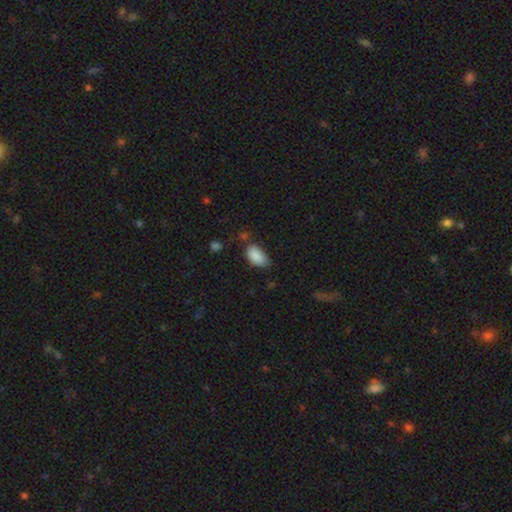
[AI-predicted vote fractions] Overall: smooth (87%). How rounded: in between (92%). Merging: none (54%; minor disturbance 34%).